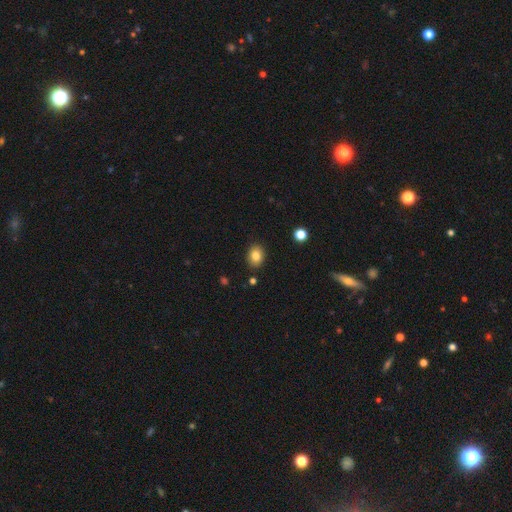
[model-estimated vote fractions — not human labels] The model was most divided on "how rounded": in between: 54%, round: 45%, cigar-shaped: 1%. More confident: merging — none (87%); smooth or featured — smooth (83%).